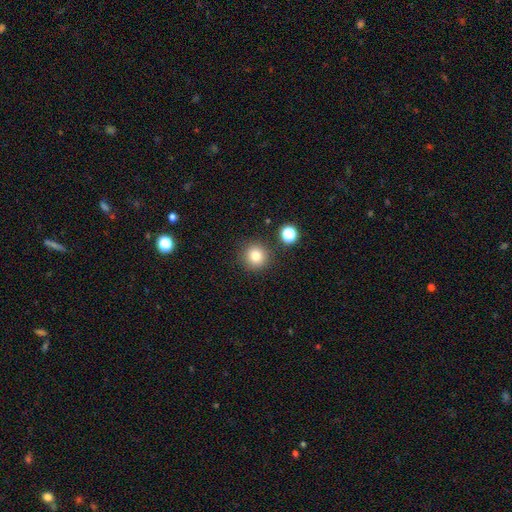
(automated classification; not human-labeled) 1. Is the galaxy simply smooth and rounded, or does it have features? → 80% smooth, 13% star or artifact, 7% featured or disk.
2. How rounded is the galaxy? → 93% round, 6% in between, 1% cigar-shaped.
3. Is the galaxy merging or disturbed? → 86% none, 7% minor disturbance, 4% merger, 3% major disturbance.